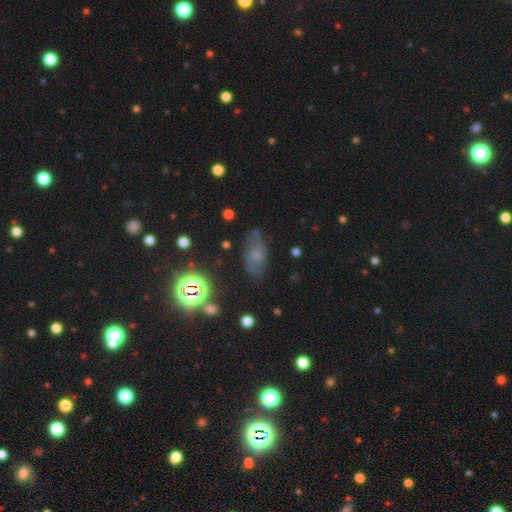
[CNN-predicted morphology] This appears to be a smooth galaxy with no disk features (43%). Merging: none (68%).